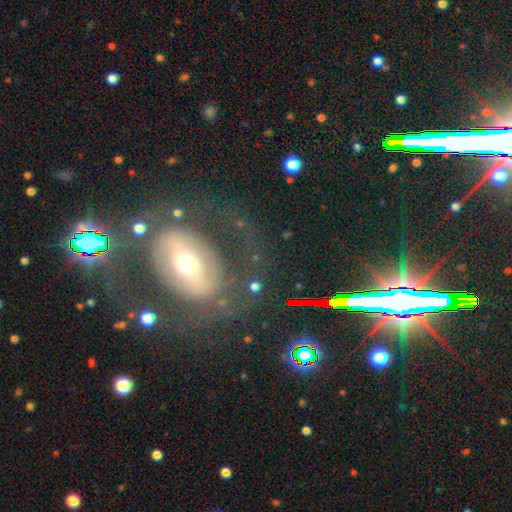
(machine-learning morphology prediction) Smooth or featured? featured or disk (59%)
Edge-on disk? no (85%)
Bar? no (39%)
Spiral arms? no (56%)
Bulge size? moderate (58%)
Merging? none (67%)